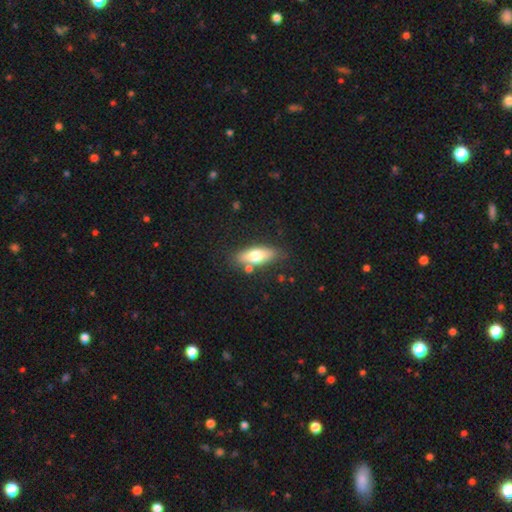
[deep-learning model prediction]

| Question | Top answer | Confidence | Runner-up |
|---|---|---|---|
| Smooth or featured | smooth | 67% | featured or disk (26%) |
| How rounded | in between | 67% | cigar-shaped (30%) |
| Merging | none | 76% | minor disturbance (14%) |